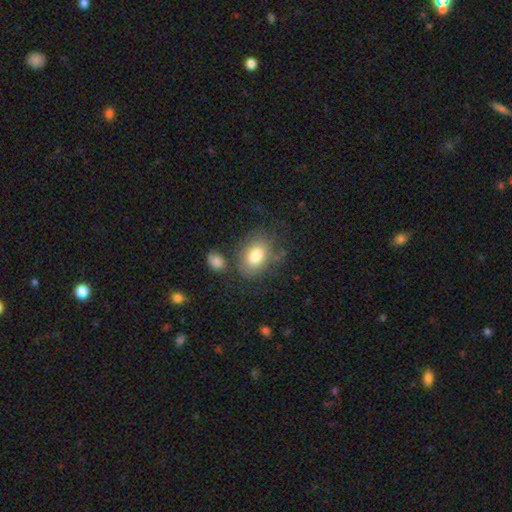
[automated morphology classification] smooth 77%, featured or disk 16%, star or artifact 7%. Down the decision tree: how rounded — in between (84%); merging — none (65%).